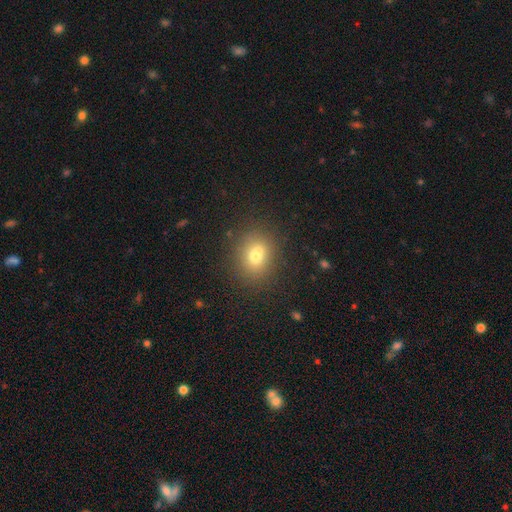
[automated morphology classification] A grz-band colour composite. It shows a smooth galaxy with no disk features (68%) that is round (57%). Merging: none (65%).